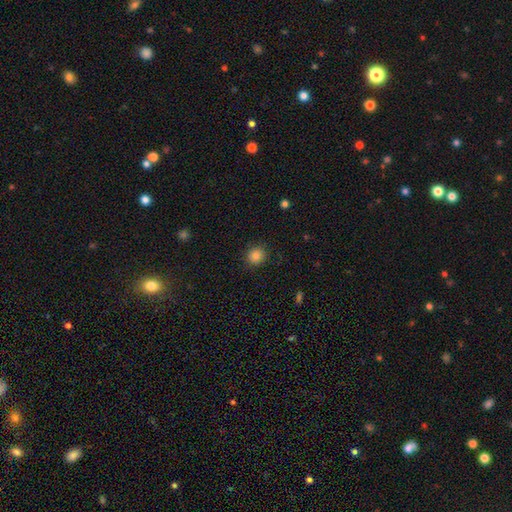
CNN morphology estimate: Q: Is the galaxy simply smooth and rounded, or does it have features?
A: smooth — 82%.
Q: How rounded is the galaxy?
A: round — 88%.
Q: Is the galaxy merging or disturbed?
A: none — 89%.